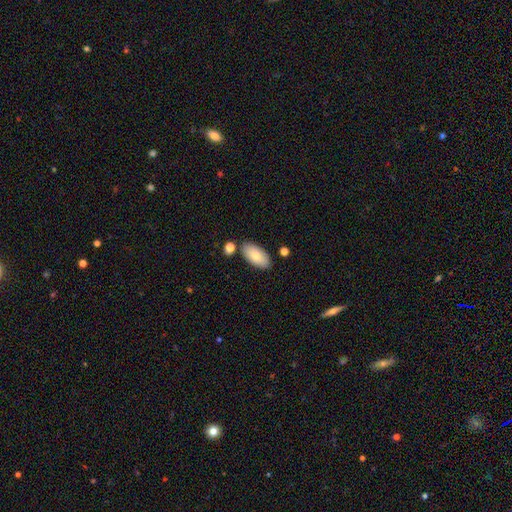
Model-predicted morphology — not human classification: Q: Smooth or featured?
A: smooth (78%); runner-up: featured or disk (16%)
Q: How rounded?
A: in between (94%); runner-up: cigar-shaped (3%)
Q: Merging?
A: none (82%); runner-up: minor disturbance (10%)